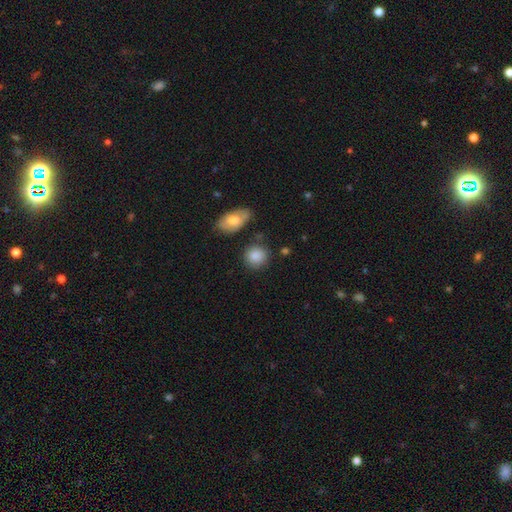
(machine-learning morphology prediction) A smooth galaxy with no disk features (86%) that is round (81%). Merging: none (78%).